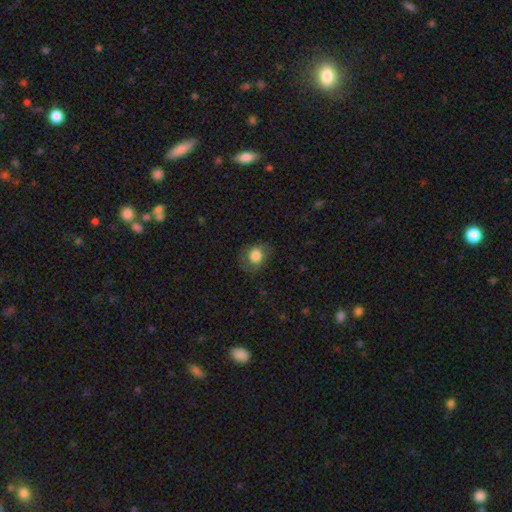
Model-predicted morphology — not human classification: A smooth galaxy with no disk features (79%) that is round (65%).

Vote fractions:
- Smooth or featured? smooth: 79% / featured or disk: 12% / star or artifact: 9%
- How rounded? round: 65% / in between: 34% / cigar-shaped: 1%
- Merging? none: 73% / minor disturbance: 18% / major disturbance: 8% / merger: 1%